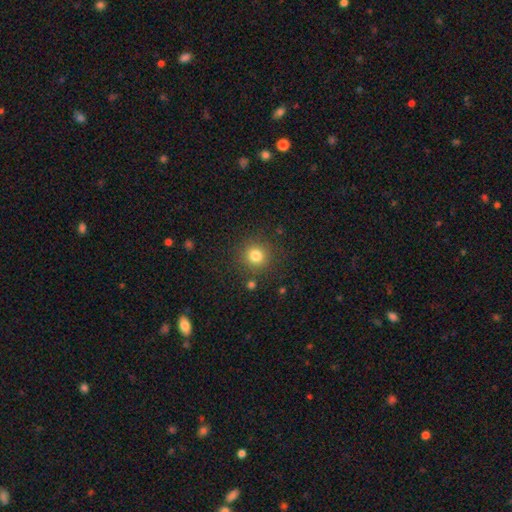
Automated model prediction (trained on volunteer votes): smooth 80%, star or artifact 13%, featured or disk 6%. Down the decision tree: how rounded — round (92%); merging — none (86%).